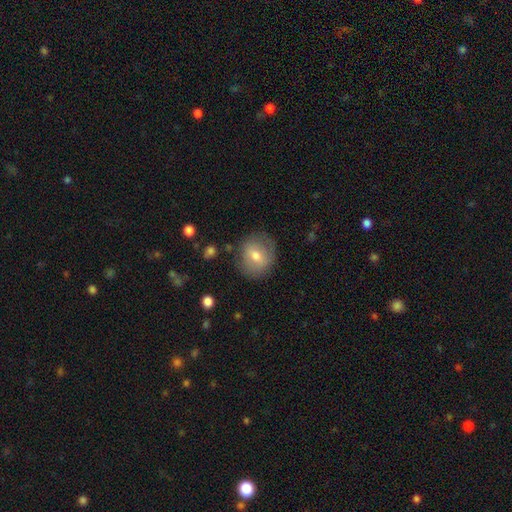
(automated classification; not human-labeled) This appears to be a smooth galaxy with no disk features (63%) that is round (73%). Merging: none (77%).